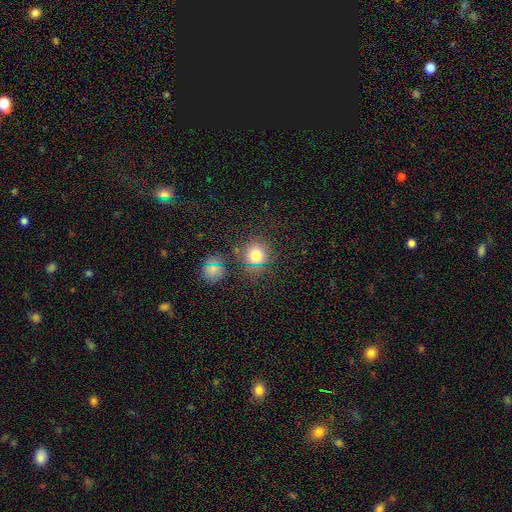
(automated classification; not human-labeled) Smooth or featured? Predicted: smooth (p=0.74). How rounded? Predicted: round (p=0.88). Merging? Predicted: none (p=0.79).